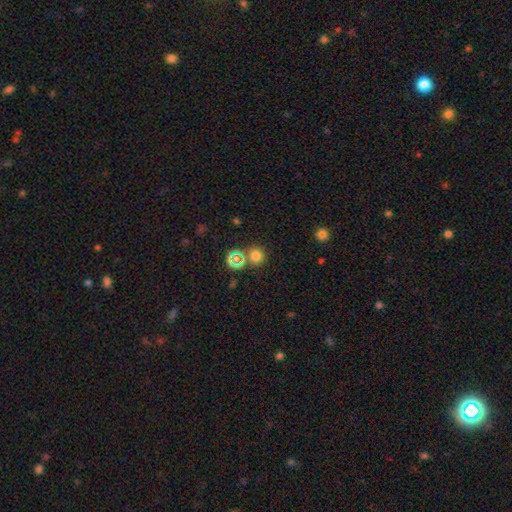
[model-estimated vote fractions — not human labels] This appears to be a smooth galaxy with no disk features (69%) that is round (90%). Merging: none (78%).